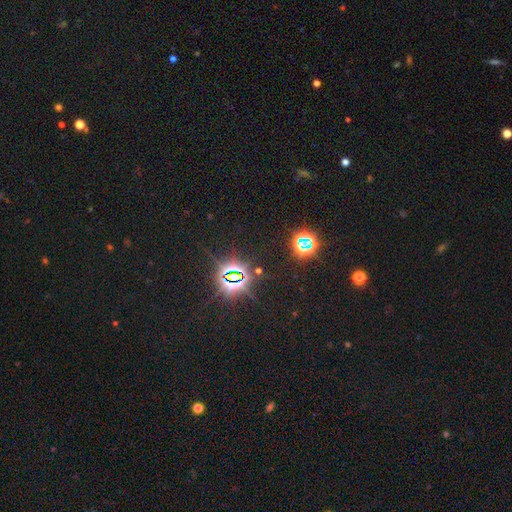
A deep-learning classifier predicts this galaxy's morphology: Smooth or featured: star or artifact — 79% (smooth — 15%)